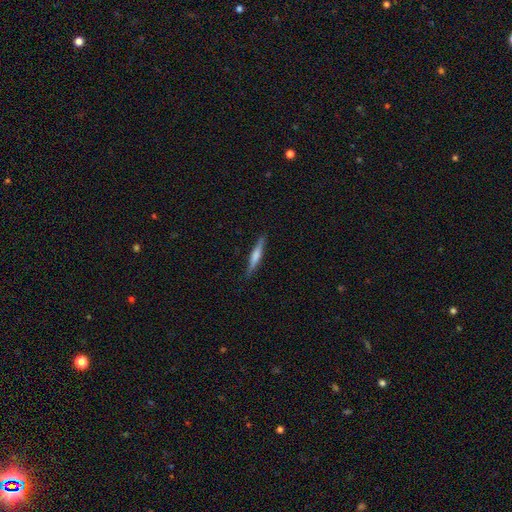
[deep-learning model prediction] Smooth or featured? Predicted: featured or disk (p=0.47, tied with smooth). Merging? Predicted: none (p=0.88).